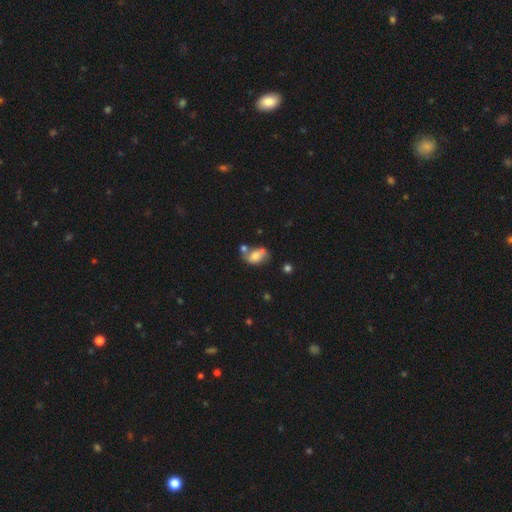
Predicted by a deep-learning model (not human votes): A smooth galaxy with no disk features (56%) that is in between round and cigar-shaped (83%).

Vote fractions:
- Smooth or featured? smooth: 56% / featured or disk: 34% / star or artifact: 10%
- How rounded? in between: 83% / round: 15% / cigar-shaped: 2%
- Merging? none: 37% / merger: 30% / minor disturbance: 22% / major disturbance: 11%